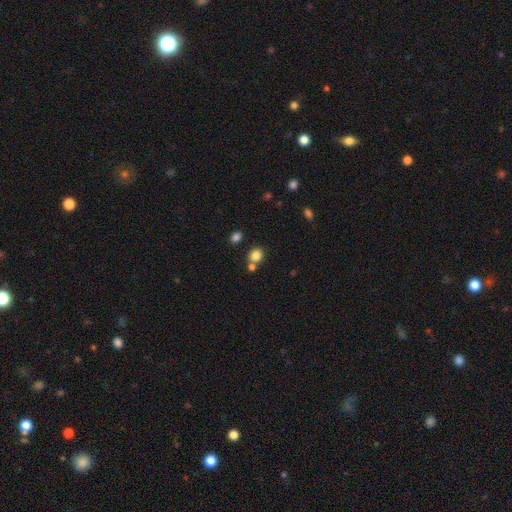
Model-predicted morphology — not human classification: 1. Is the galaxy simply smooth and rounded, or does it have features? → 83% smooth, 12% star or artifact, 6% featured or disk.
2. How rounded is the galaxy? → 79% round, 20% in between, 1% cigar-shaped.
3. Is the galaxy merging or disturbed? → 66% none, 22% merger, 9% minor disturbance, 3% major disturbance.